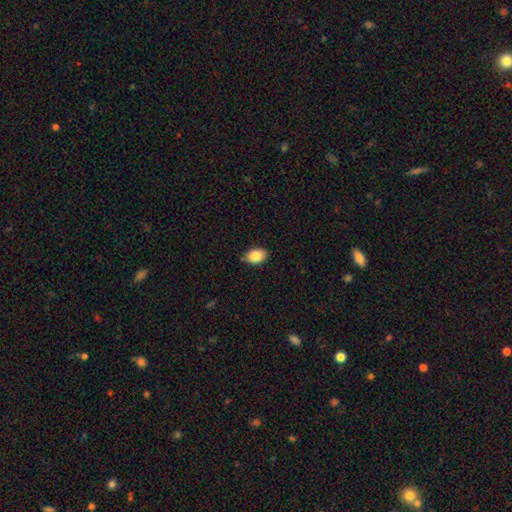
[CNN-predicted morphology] Smooth or featured: smooth — 82% (featured or disk — 10%)
How rounded: in between — 81% (round — 17%)
Merging: none — 82% (minor disturbance — 15%)